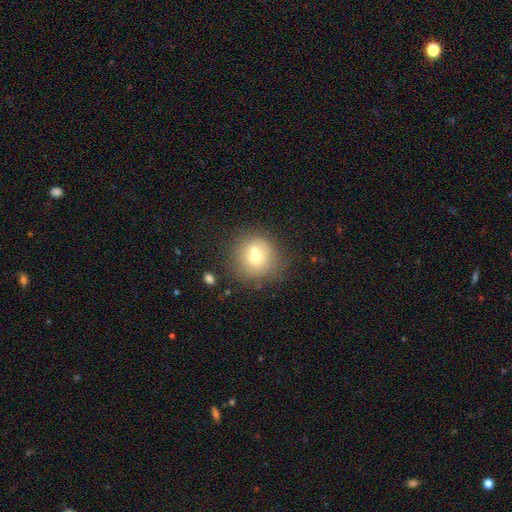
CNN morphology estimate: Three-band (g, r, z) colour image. It shows a smooth galaxy with no disk features (65%) that is round (91%). Merging: none (60%).